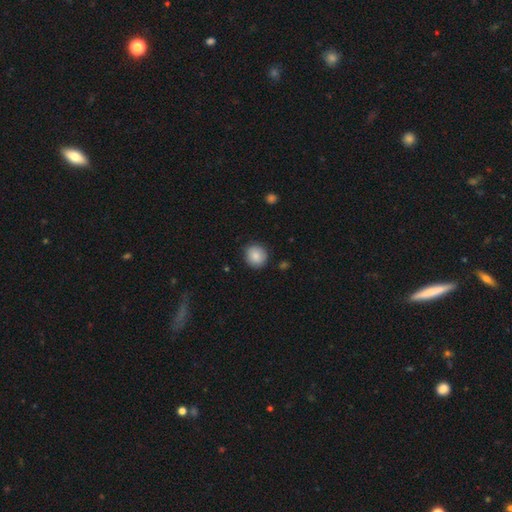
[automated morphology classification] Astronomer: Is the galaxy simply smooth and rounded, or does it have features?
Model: smooth — 86%.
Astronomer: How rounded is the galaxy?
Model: round — 89%.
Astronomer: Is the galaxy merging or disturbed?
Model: none — 88%.